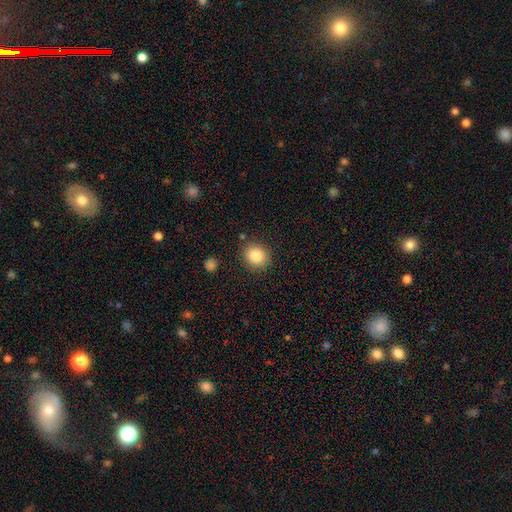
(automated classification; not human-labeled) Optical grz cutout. It shows a smooth galaxy with no disk features (84%) that is round (81%). Merging: none (86%).